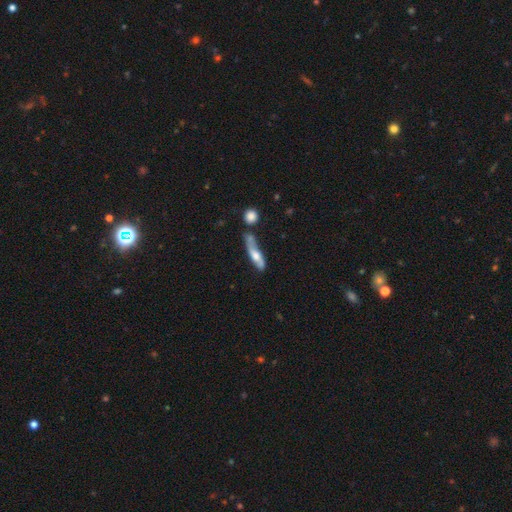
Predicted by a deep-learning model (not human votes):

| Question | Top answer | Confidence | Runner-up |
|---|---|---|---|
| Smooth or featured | featured or disk | 47% | smooth (46%) |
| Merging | none | 47% | minor disturbance (24%) |